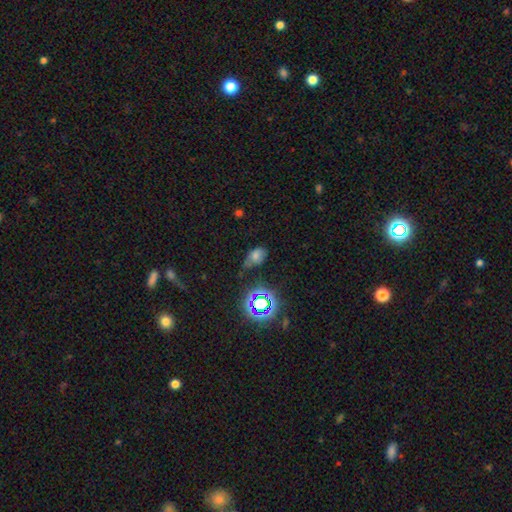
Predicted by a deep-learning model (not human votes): This is possibly a smooth galaxy (54%). How rounded: likely in between (75%). Merging: possibly none (51%).